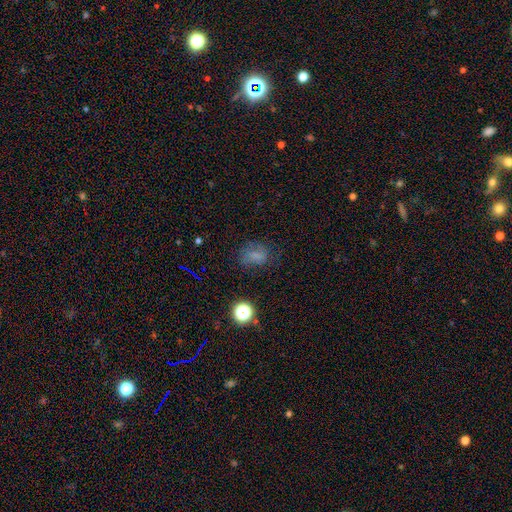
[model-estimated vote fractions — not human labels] Smooth or featured: smooth — 59% (star or artifact — 22%)
How rounded: in between — 60% (round — 37%)
Merging: none — 62% (minor disturbance — 22%)